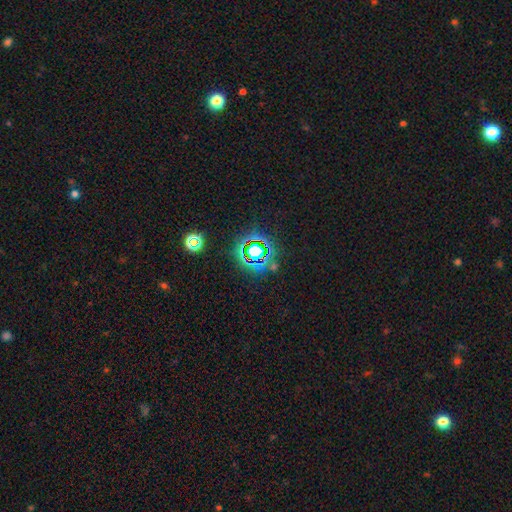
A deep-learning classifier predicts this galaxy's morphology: smooth-or-featured: star or artifact: 74% | smooth: 17% | featured or disk: 10%